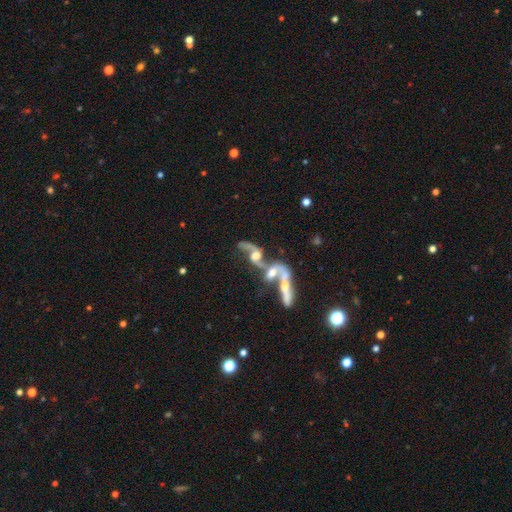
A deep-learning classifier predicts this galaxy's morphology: Smooth or featured: featured or disk — 75% (smooth — 15%)
Edge-on disk: no — 85% (yes — 15%)
Bar: no — 67% (weak — 24%)
Spiral arms: yes — 79% (no — 21%)
Spiral winding: loose — 79% (medium — 16%)
Spiral arm count: 2 — 81% (1 — 8%)
Bulge size: moderate — 47% (large — 21%)
Merging: merger — 68% (none — 15%)